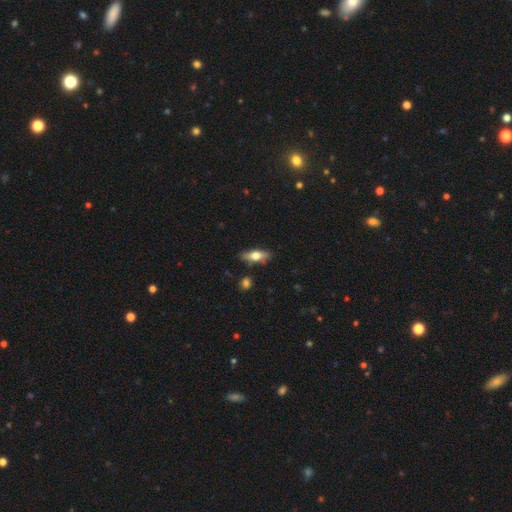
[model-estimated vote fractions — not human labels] This appears to be a smooth galaxy with no disk features (57%) that is in between round and cigar-shaped (60%). Merging: none (79%).